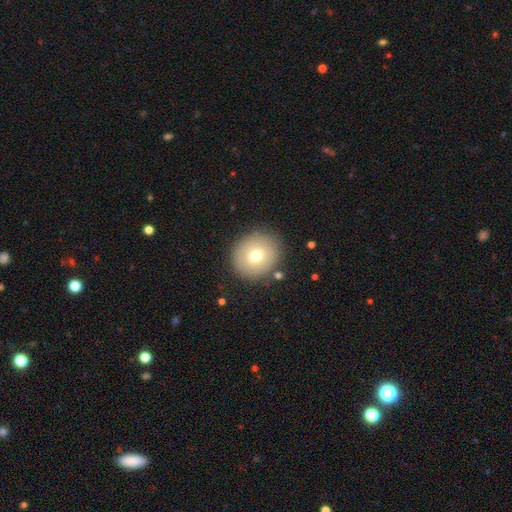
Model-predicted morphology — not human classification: Overall: smooth (70%). How rounded: round (85%). Merging: none (86%).